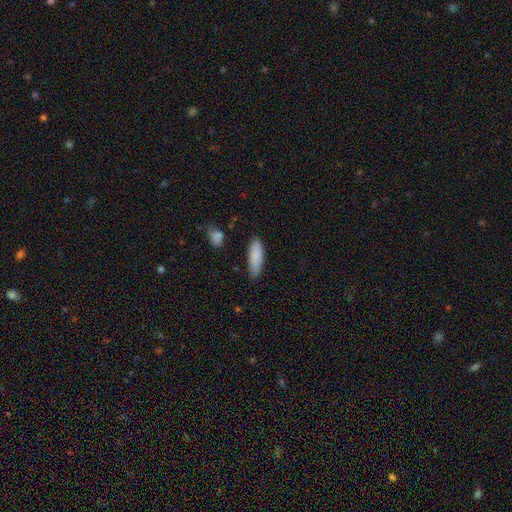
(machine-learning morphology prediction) Q: Smooth or featured?
A: smooth (86%); runner-up: featured or disk (8%)
Q: How rounded?
A: in between (53%); runner-up: cigar-shaped (45%)
Q: Merging?
A: none (80%); runner-up: minor disturbance (15%)